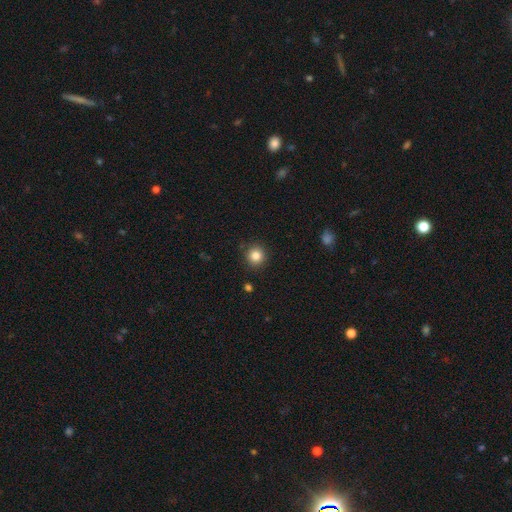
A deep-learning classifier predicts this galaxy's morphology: This is clearly a smooth galaxy (84%). How rounded: clearly round (93%). Merging: clearly none (90%).